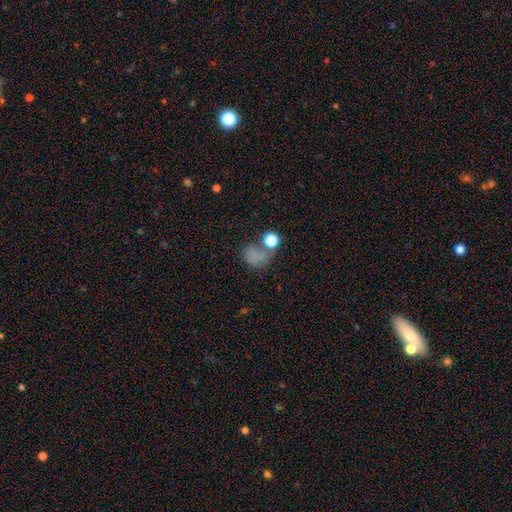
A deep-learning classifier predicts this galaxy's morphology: Smooth or featured? Predicted: smooth (p=0.69). How rounded? Predicted: round (p=0.57). Merging? Predicted: none (p=0.45).